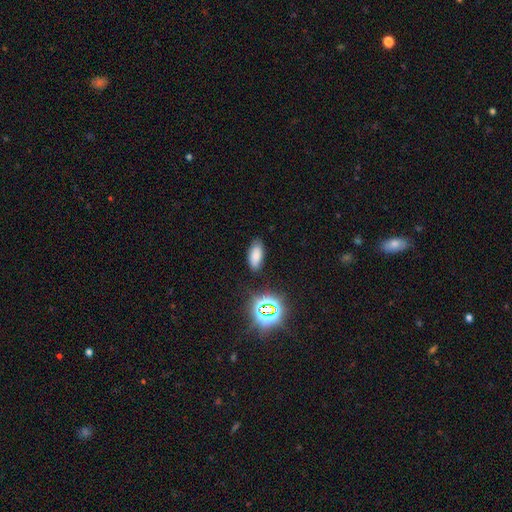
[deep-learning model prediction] Smooth or featured?
  - smooth: 74% *
  - star or artifact: 18%
  - featured or disk: 8%
How rounded?
  - in between: 89% *
  - cigar-shaped: 7%
  - round: 4%
Merging?
  - none: 81% *
  - minor disturbance: 13%
  - major disturbance: 3%
  - merger: 2%